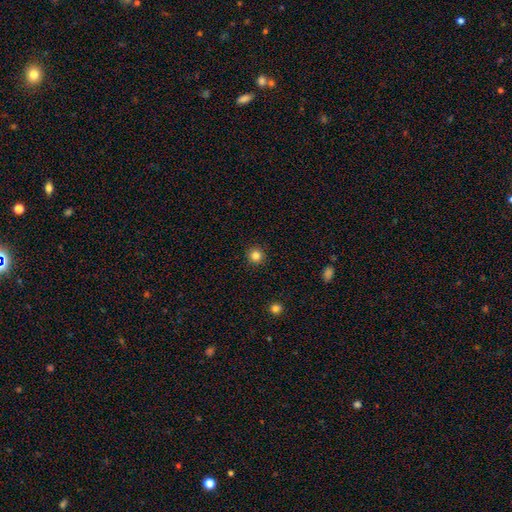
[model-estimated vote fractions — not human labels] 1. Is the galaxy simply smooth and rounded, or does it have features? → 83% smooth, 12% star or artifact, 5% featured or disk.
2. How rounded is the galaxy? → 95% round, 4% in between, 1% cigar-shaped.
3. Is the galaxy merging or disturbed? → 92% none, 5% minor disturbance, 2% major disturbance, 1% merger.